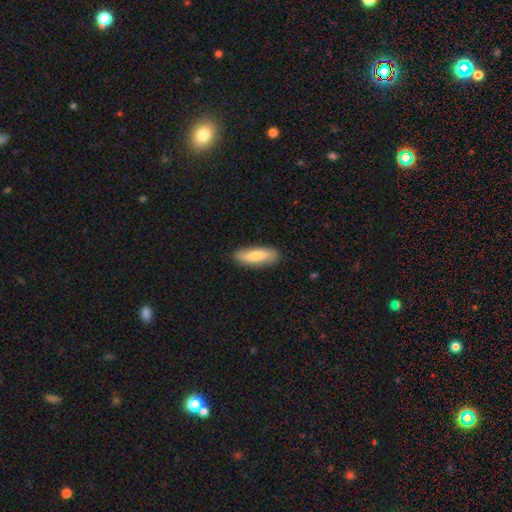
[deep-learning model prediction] A smooth galaxy with no disk features (74%) that is in between round and cigar-shaped (52%).

Vote fractions:
- Smooth or featured? smooth: 74% / featured or disk: 20% / star or artifact: 5%
- How rounded? in between: 52% / cigar-shaped: 45% / round: 2%
- Merging? none: 86% / minor disturbance: 11% / major disturbance: 2% / merger: 1%